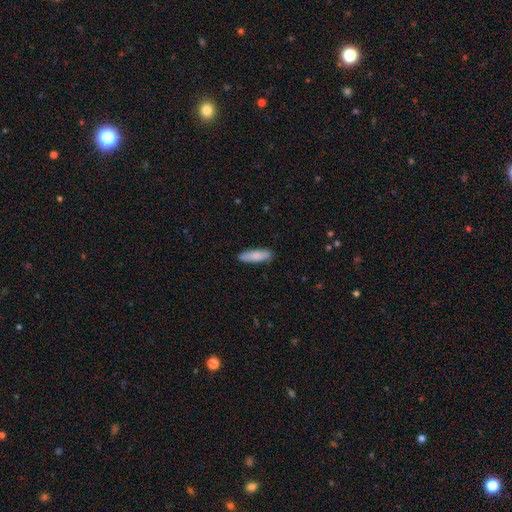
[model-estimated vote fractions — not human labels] smooth_or_featured: smooth (p=0.83) [alt: featured or disk p=0.12]
how_rounded: cigar-shaped (p=0.61) [alt: in between p=0.37]
merging: none (p=0.84) [alt: minor disturbance p=0.12]